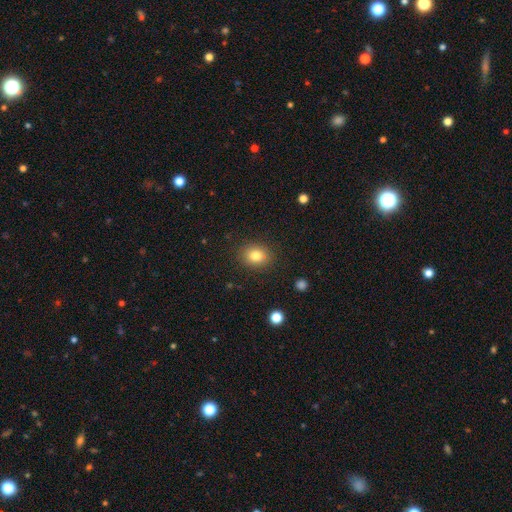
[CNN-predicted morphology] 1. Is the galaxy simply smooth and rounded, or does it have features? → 82% smooth, 11% star or artifact, 8% featured or disk.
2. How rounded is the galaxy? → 61% round, 38% in between, 1% cigar-shaped.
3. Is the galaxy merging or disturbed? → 88% none, 8% minor disturbance, 3% major disturbance, 1% merger.